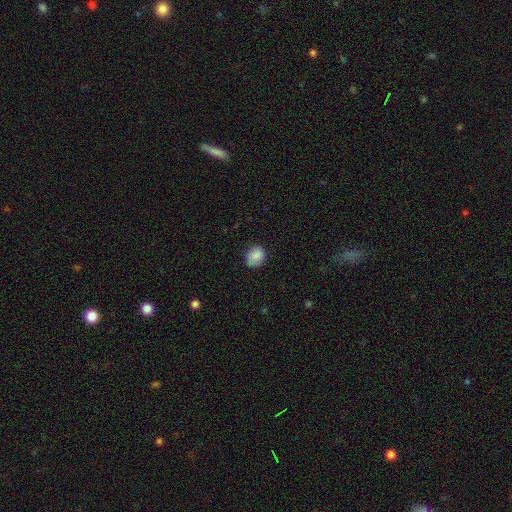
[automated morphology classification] smooth_or_featured: smooth (p=0.87) [alt: star or artifact p=0.08]
how_rounded: round (p=0.61) [alt: in between p=0.38]
merging: none (p=0.79) [alt: minor disturbance p=0.16]